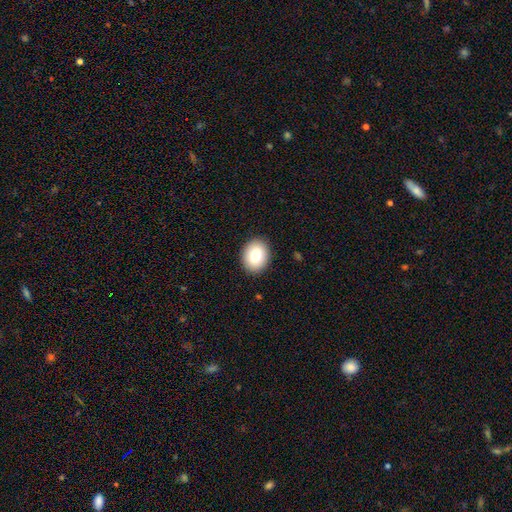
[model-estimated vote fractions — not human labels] Smooth or featured? smooth (79%)
How rounded? in between (53%)
Merging? none (90%)